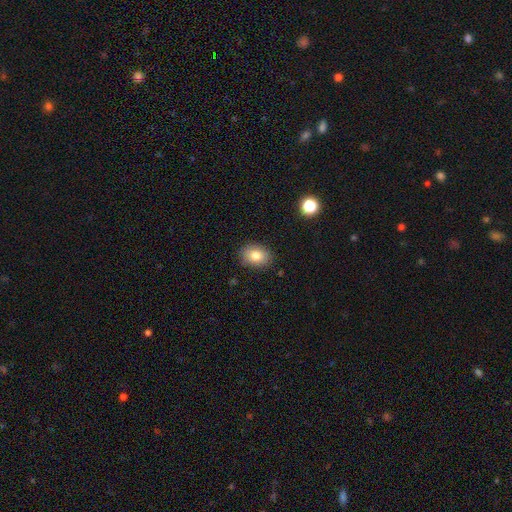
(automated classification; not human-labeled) A smooth galaxy with no disk features (80%) that is in between round and cigar-shaped (70%). Merging: none (86%).